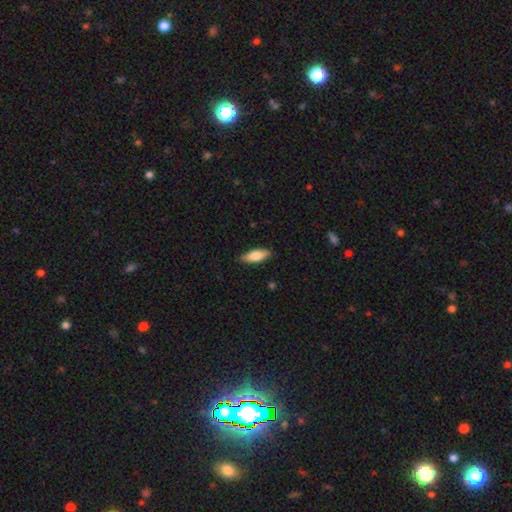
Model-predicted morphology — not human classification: smooth_or_featured: smooth (p=0.81) [alt: featured or disk p=0.14]
how_rounded: in between (p=0.69) [alt: cigar-shaped p=0.29]
merging: none (p=0.87) [alt: minor disturbance p=0.10]